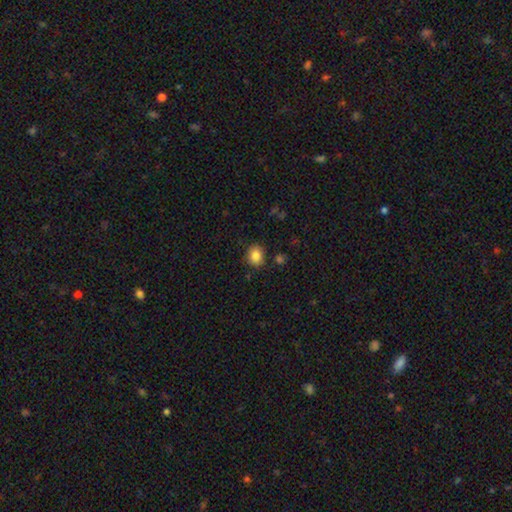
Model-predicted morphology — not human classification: A smooth galaxy with no disk features (84%) that is round (66%). Merging: none (85%).